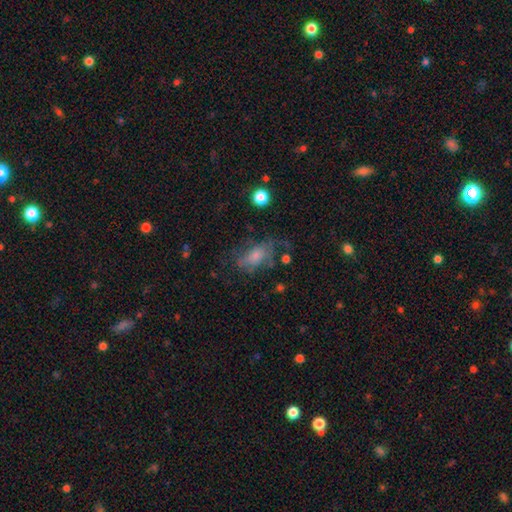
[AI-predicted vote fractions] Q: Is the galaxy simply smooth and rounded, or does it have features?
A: smooth — 45%.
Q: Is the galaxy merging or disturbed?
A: none — 50%.